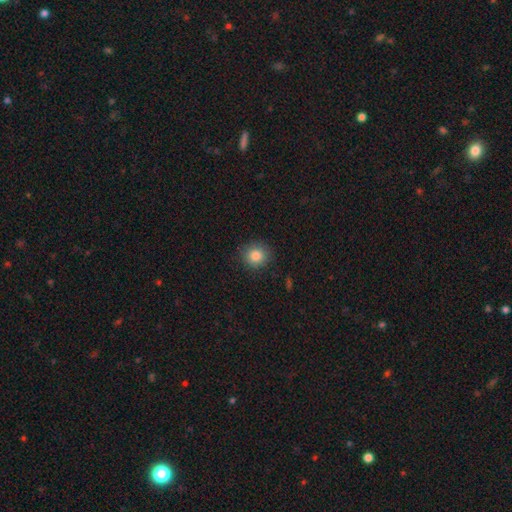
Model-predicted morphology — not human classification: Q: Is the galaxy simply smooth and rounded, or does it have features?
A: smooth — 85%.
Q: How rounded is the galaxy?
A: round — 88%.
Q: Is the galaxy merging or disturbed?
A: none — 87%.